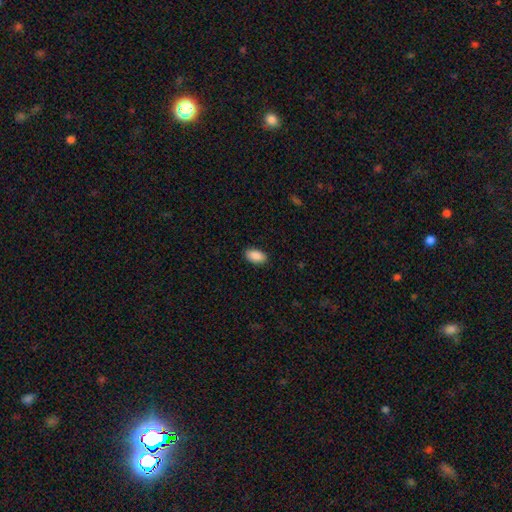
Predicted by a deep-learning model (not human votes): Morphology: type=smooth (90%); roundness=in between (94%); merging=none (88%).